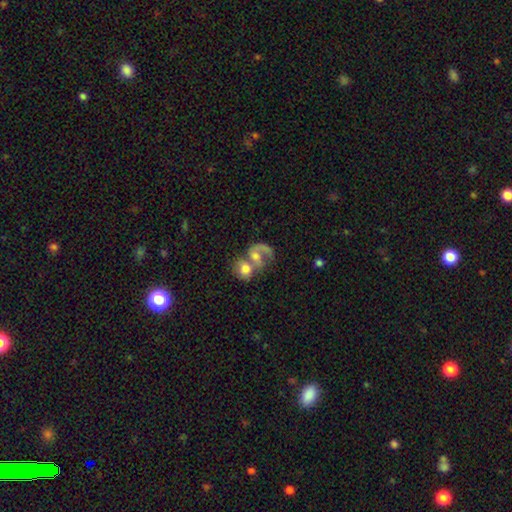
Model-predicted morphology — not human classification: Smooth or featured?
  - featured or disk: 54% *
  - smooth: 37%
  - star or artifact: 9%
Edge-on disk?
  - no: 97% *
  - yes: 3%
Bar?
  - no: 65% *
  - weak: 28%
  - strong: 7%
Spiral arms?
  - yes: 74% *
  - no: 26%
Bulge size?
  - moderate: 51% *
  - small: 22%
  - large: 15%
  - none: 10%
  - dominant: 3%
Merging?
  - merger: 69% *
  - none: 15%
  - major disturbance: 10%
  - minor disturbance: 6%